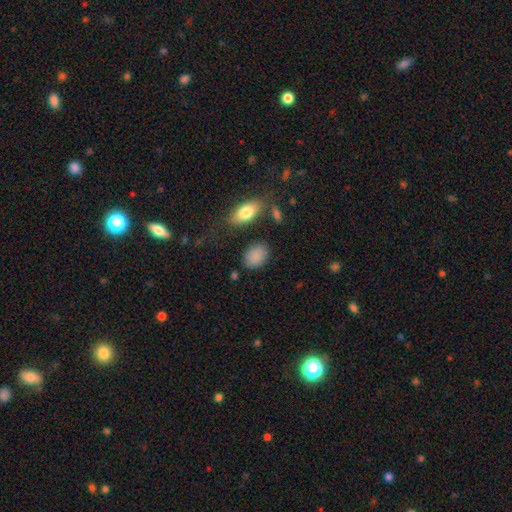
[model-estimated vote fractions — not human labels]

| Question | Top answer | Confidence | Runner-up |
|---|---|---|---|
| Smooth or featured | smooth | 87% | star or artifact (8%) |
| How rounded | in between | 79% | round (20%) |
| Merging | none | 80% | minor disturbance (13%) |